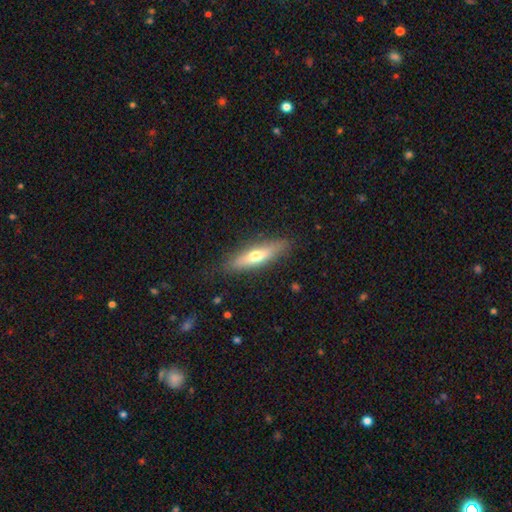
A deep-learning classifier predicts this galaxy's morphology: A smooth galaxy with no disk features (57%) that is cigar-shaped (65%).

Vote fractions:
- Smooth or featured? smooth: 57% / featured or disk: 37% / star or artifact: 6%
- How rounded? cigar-shaped: 65% / in between: 32% / round: 2%
- Merging? none: 84% / minor disturbance: 12% / major disturbance: 3% / merger: 1%